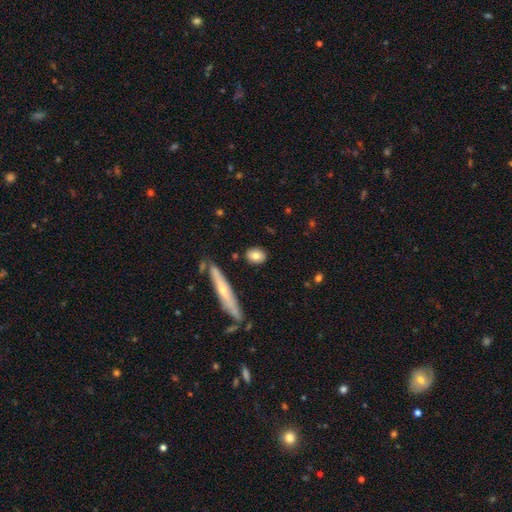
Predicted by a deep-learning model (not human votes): Overall: smooth (76%). How rounded: in between (59%; round 33%). Merging: none (85%).